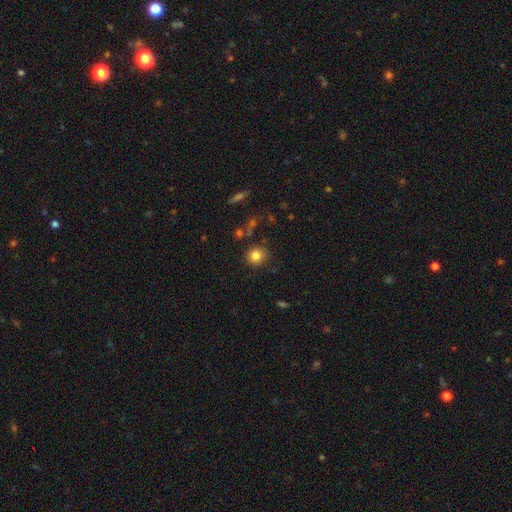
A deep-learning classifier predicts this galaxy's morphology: Overall: smooth (82%). How rounded: round (88%). Merging: none (85%).